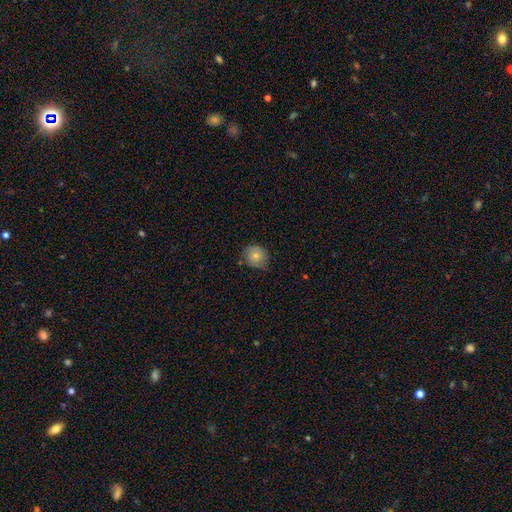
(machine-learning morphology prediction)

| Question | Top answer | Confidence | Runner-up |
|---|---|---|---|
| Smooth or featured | smooth | 77% | featured or disk (14%) |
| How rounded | round | 83% | in between (16%) |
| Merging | none | 66% | minor disturbance (28%) |